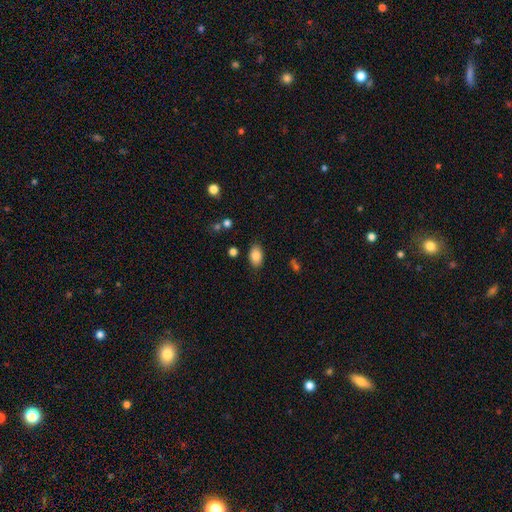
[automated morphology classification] Q: Smooth or featured?
A: smooth (85%); runner-up: star or artifact (8%)
Q: How rounded?
A: in between (90%); runner-up: round (9%)
Q: Merging?
A: none (83%); runner-up: minor disturbance (11%)